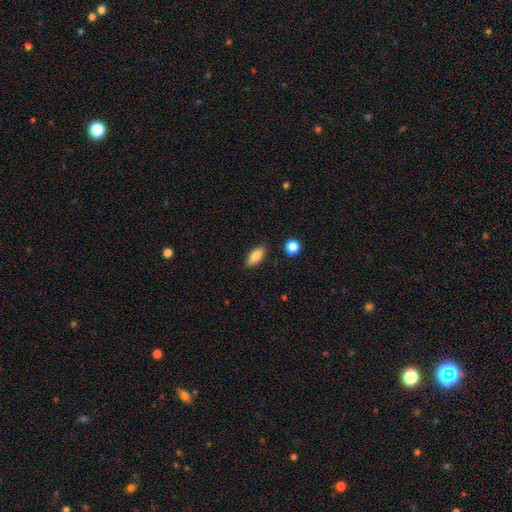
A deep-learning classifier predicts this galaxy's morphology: Overall: smooth (82%). How rounded: in between (80%). Merging: none (86%).